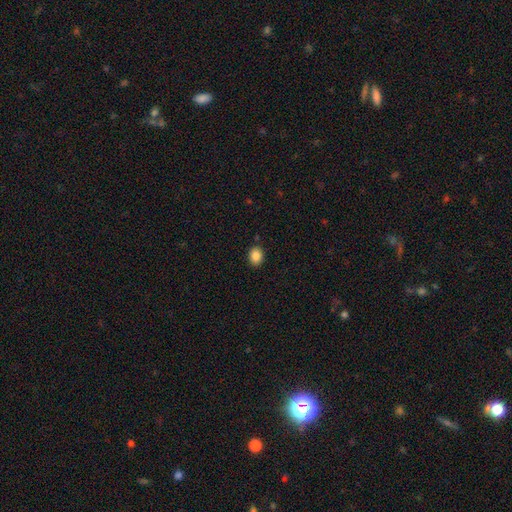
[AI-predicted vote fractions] The model was most divided on "how rounded": in between: 58%, round: 41%, cigar-shaped: 1%. More confident: merging — none (88%); smooth or featured — smooth (87%).